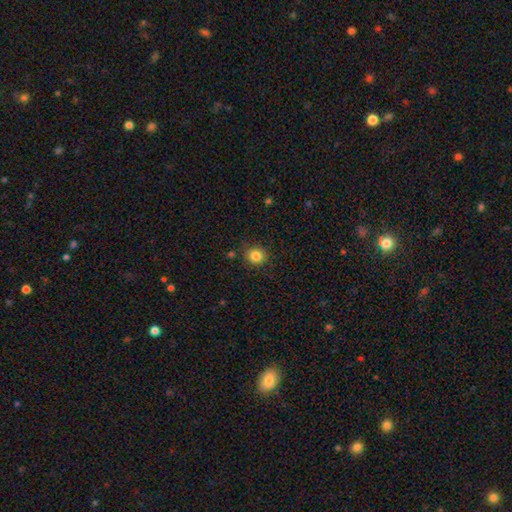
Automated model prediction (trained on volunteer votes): Smooth or featured: smooth — 84% (star or artifact — 11%)
How rounded: round — 85% (in between — 14%)
Merging: none — 85% (minor disturbance — 10%)